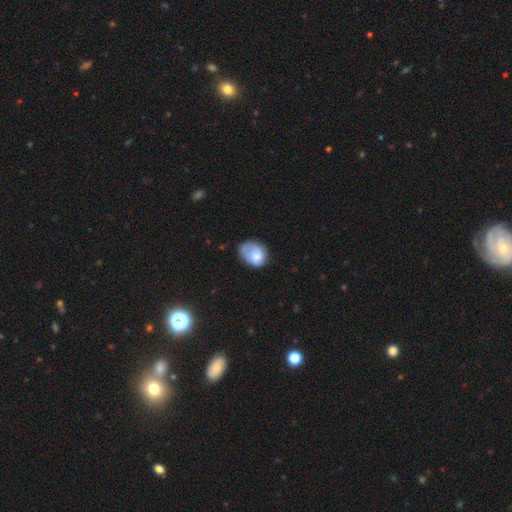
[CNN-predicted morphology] Smooth or featured? Predicted: smooth (p=0.70). How rounded? Predicted: in between (p=0.62). Merging? Predicted: minor disturbance (p=0.39).